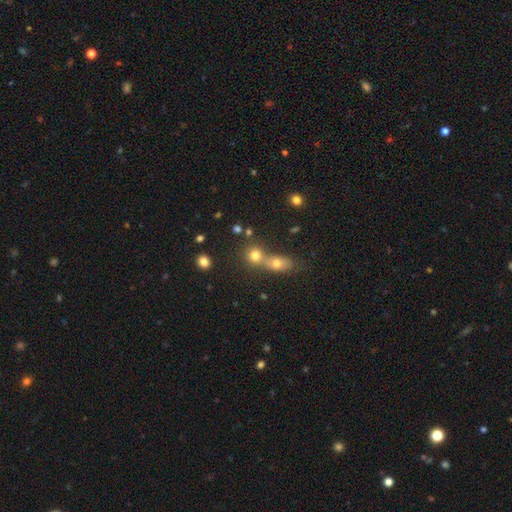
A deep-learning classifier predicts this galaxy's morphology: Smooth or featured? Predicted: smooth (p=0.73). How rounded? Predicted: round (p=0.76). Merging? Predicted: merger (p=0.49).